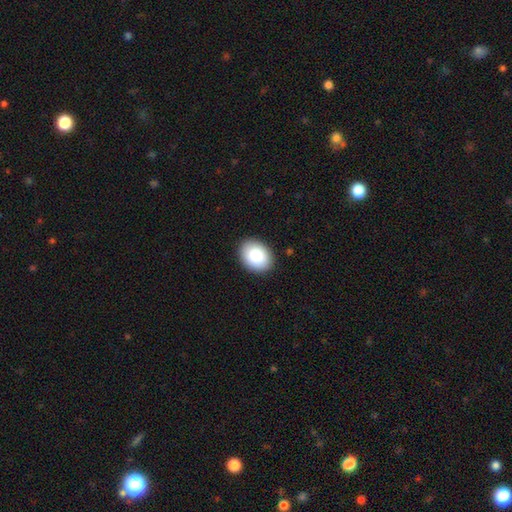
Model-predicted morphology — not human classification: Smooth or featured: smooth — 88% (star or artifact — 7%)
How rounded: in between — 67% (round — 32%)
Merging: none — 90% (minor disturbance — 7%)